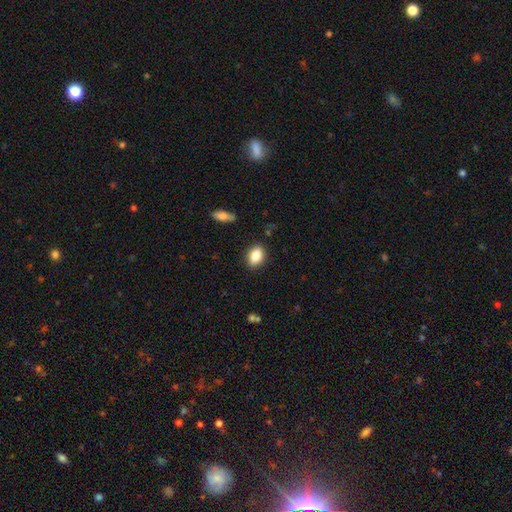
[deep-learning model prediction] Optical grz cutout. It shows a smooth galaxy with no disk features (84%) that is in between round and cigar-shaped (82%). Merging: none (88%).